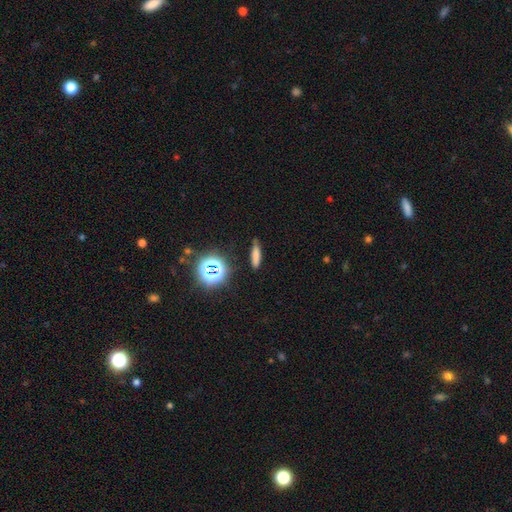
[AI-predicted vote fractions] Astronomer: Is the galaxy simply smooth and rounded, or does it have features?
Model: smooth — 69%.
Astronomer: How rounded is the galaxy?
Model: cigar-shaped — 73%.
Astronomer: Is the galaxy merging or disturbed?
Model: none — 83%.